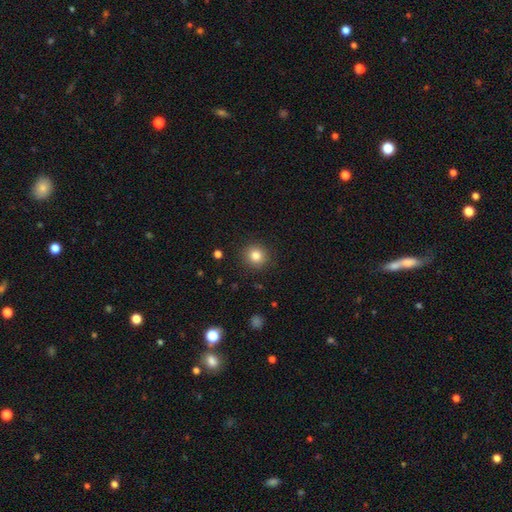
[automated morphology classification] This appears to be a smooth galaxy with no disk features (83%) that is round (91%). Merging: none (90%).